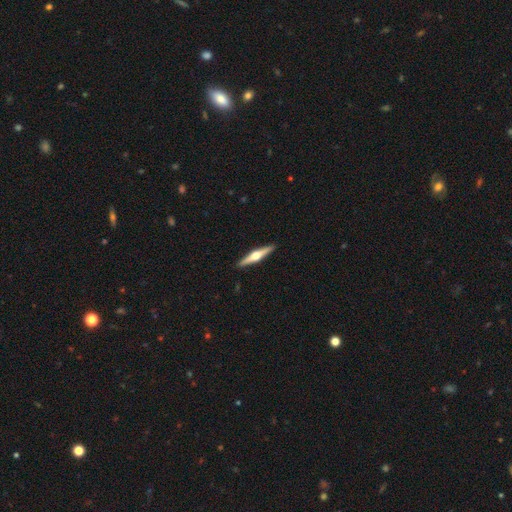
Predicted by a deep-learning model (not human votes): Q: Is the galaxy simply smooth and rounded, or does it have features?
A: featured or disk — 73%.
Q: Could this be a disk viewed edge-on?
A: yes — 98%.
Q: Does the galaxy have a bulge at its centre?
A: rounded — 95%.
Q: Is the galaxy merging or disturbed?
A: none — 92%.